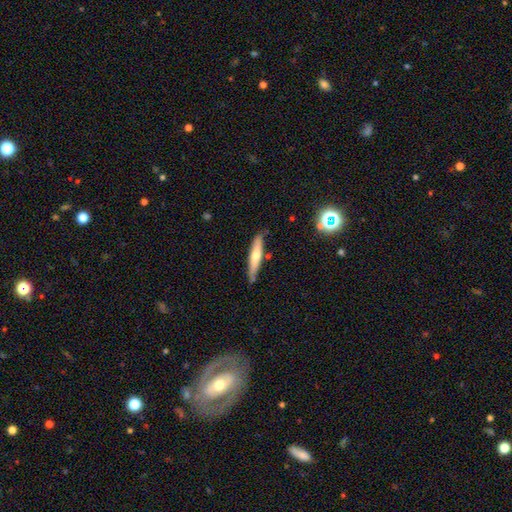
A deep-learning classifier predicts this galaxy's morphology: Q: Smooth or featured?
A: smooth (54%); runner-up: featured or disk (40%)
Q: How rounded?
A: cigar-shaped (87%); runner-up: in between (11%)
Q: Merging?
A: none (77%); runner-up: minor disturbance (17%)